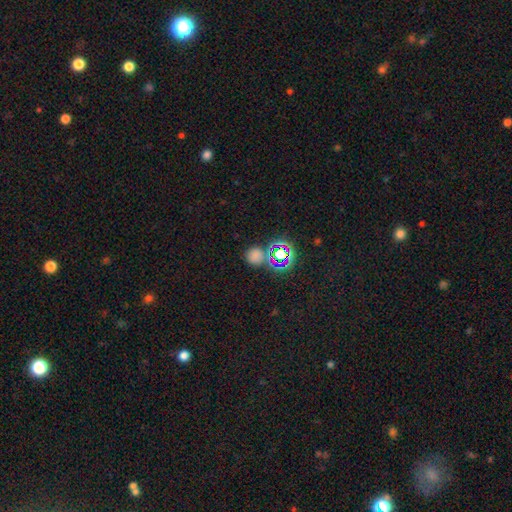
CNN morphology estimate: smooth_or_featured: smooth (p=0.61) [alt: star or artifact p=0.33]
how_rounded: round (p=0.83) [alt: in between p=0.16]
merging: none (p=0.69) [alt: merger p=0.13]